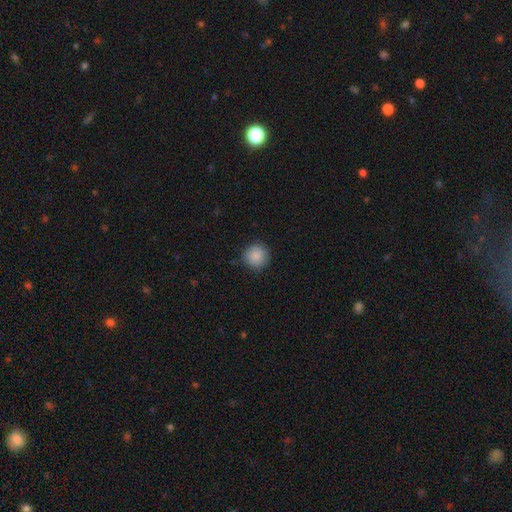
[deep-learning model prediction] Q: Smooth or featured?
A: smooth (88%); runner-up: star or artifact (8%)
Q: How rounded?
A: round (93%); runner-up: in between (6%)
Q: Merging?
A: none (86%); runner-up: minor disturbance (10%)